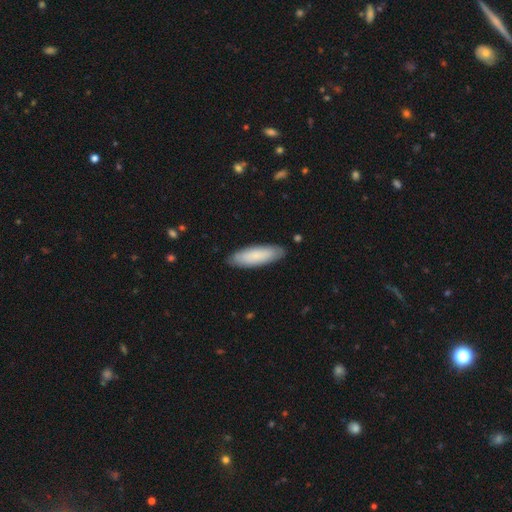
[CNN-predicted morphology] Smooth or featured? Predicted: smooth (p=0.83). How rounded? Predicted: cigar-shaped (p=0.53). Merging? Predicted: none (p=0.88).